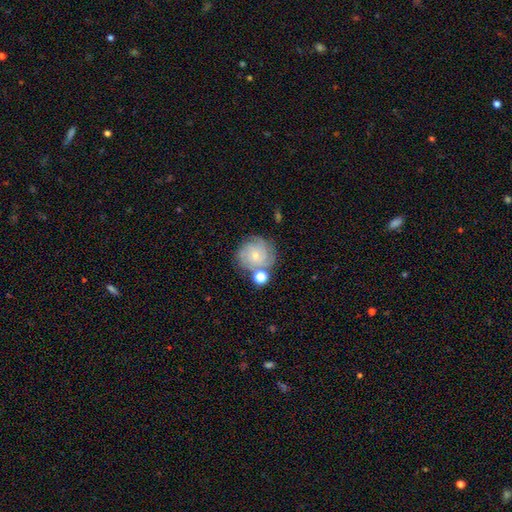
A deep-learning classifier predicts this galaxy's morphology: featured or disk 54%, smooth 35%, star or artifact 11%. Down the decision tree: edge-on disk — no (97%); bar — no (79%); spiral arms — yes (84%); bulge size — small (72%); merging — none (63%).